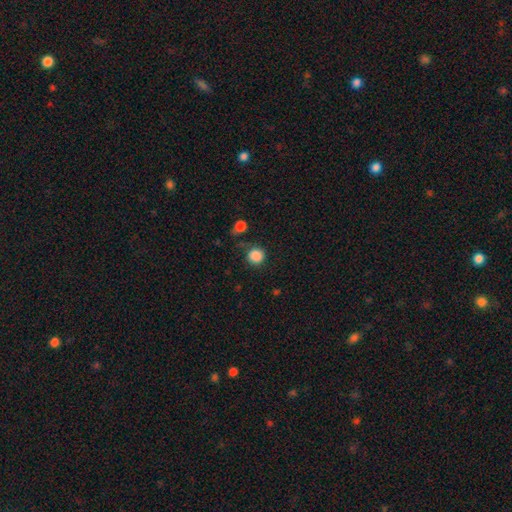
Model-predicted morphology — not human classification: Smooth or featured? Predicted: smooth (p=0.87). How rounded? Predicted: round (p=0.90). Merging? Predicted: none (p=0.74).